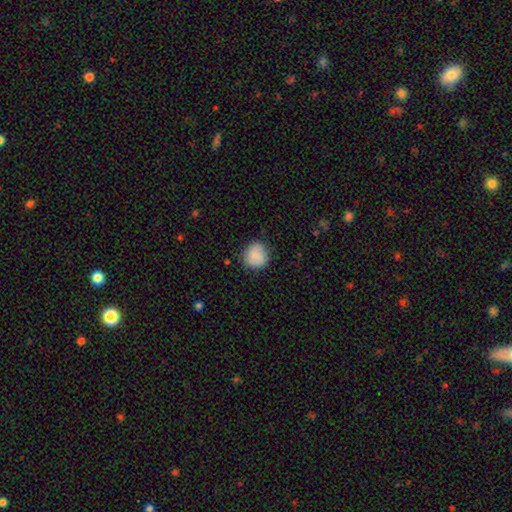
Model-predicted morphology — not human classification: A smooth galaxy with no disk features (83%) that is round (88%). Merging: none (82%).